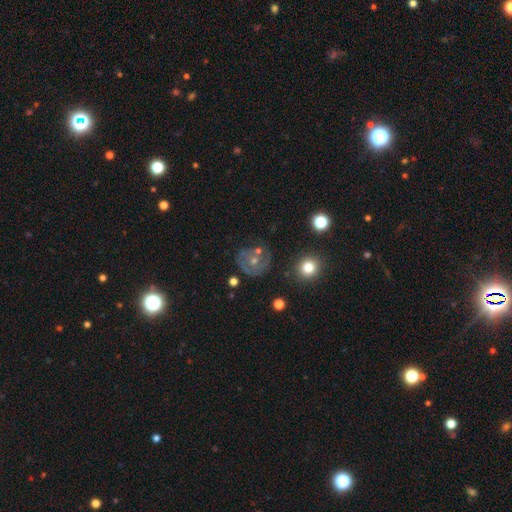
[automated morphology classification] The model was most divided on "bulge size": small: 58%, moderate: 36%, none: 3%, large: 2%, dominant: 1%. More confident: edge-on disk — no (97%); bar — no (75%); spiral arms — yes (69%); merging — none (65%); smooth or featured — featured or disk (59%).